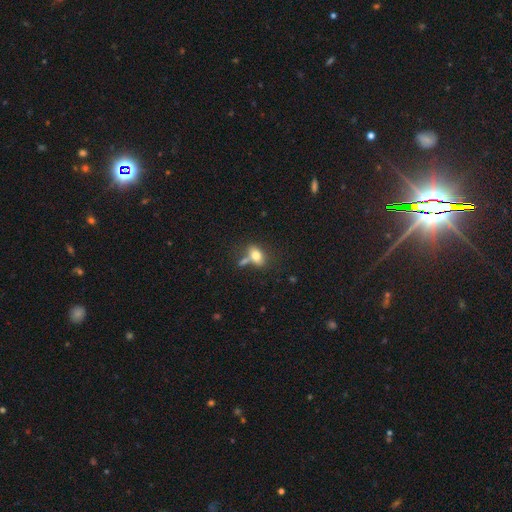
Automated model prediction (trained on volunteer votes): Smooth or featured? smooth (76%)
How rounded? in between (84%)
Merging? none (47%)